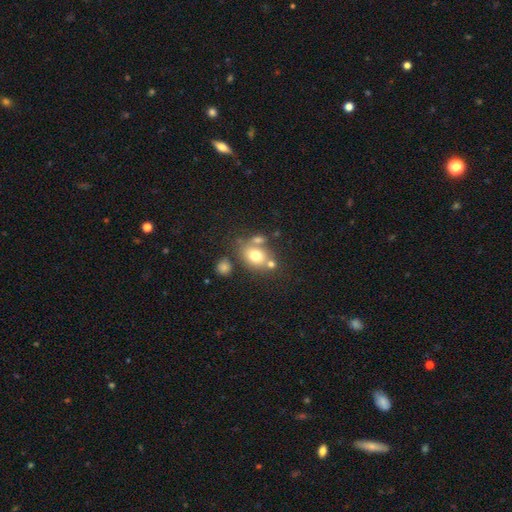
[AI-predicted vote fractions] smooth 72%, featured or disk 16%, star or artifact 12%. Down the decision tree: how rounded — in between (55%); merging — none (54%).